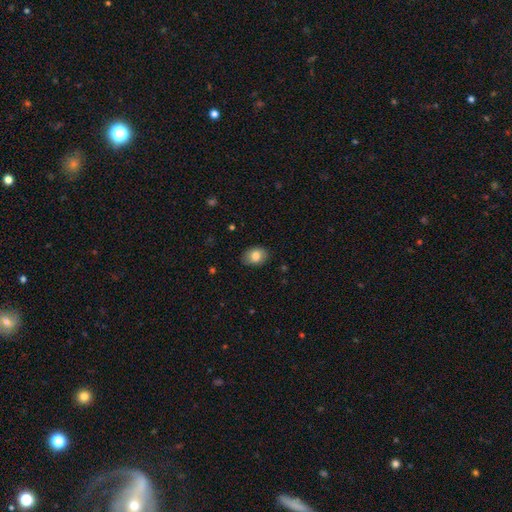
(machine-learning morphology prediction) This appears to be a smooth galaxy with no disk features (83%) that is in between round and cigar-shaped (76%). Merging: none (83%).